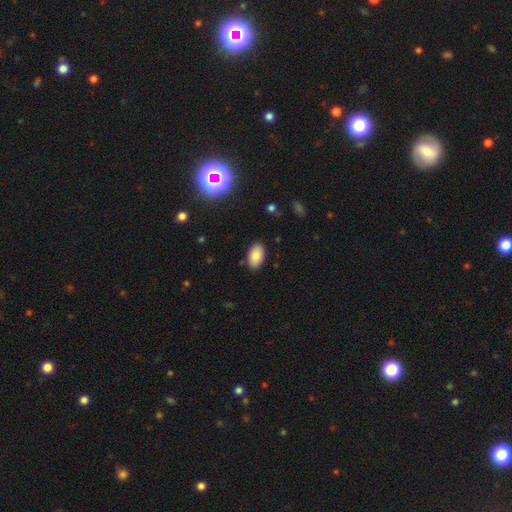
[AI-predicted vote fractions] Smooth or featured? Predicted: smooth (p=0.86). How rounded? Predicted: in between (p=0.94). Merging? Predicted: none (p=0.88).